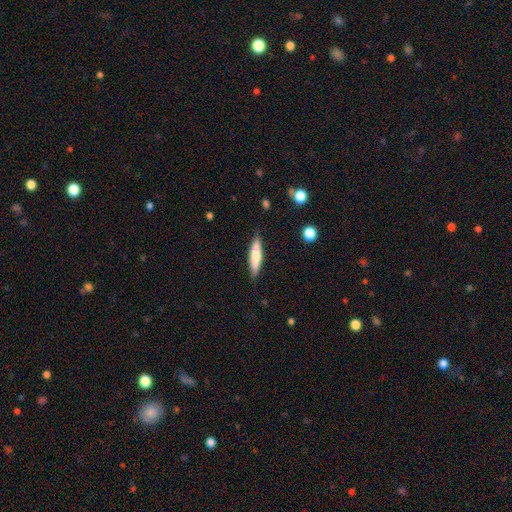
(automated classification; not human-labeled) Smooth or featured: smooth — 69% (featured or disk — 25%)
How rounded: cigar-shaped — 78% (in between — 20%)
Merging: none — 85% (minor disturbance — 11%)